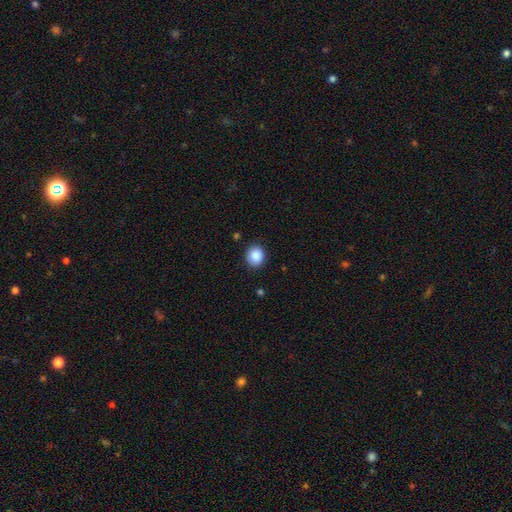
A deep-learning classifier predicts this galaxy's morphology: smooth-or-featured: smooth: 88% | star or artifact: 9% | featured or disk: 4%
  how-rounded: round: 77% | in between: 22% | cigar-shaped: 1%
  merging: none: 86% | minor disturbance: 10% | major disturbance: 2% | merger: 1%